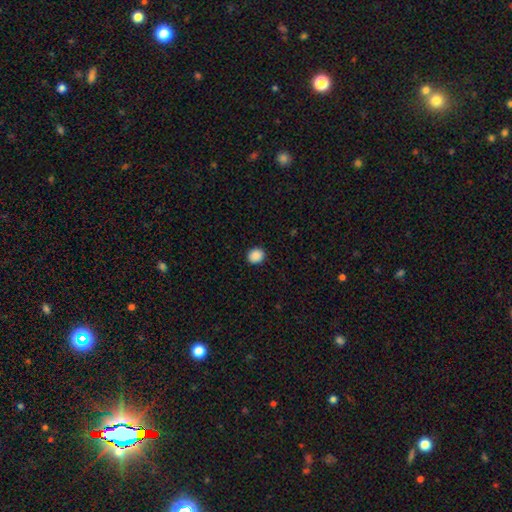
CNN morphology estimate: This appears to be a smooth galaxy with no disk features (89%) that is round (81%). Merging: none (91%).